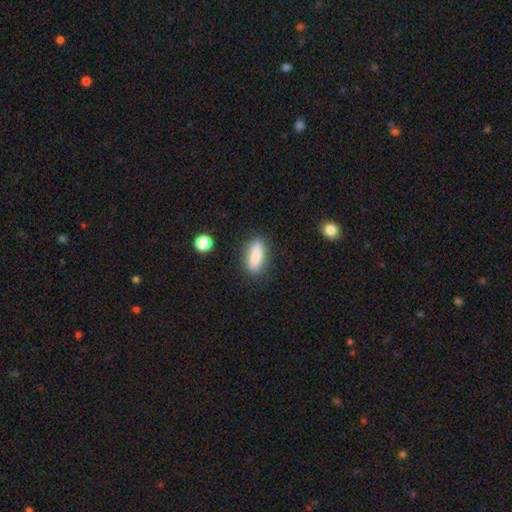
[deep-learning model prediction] smooth 78%, featured or disk 15%, star or artifact 7%. Down the decision tree: how rounded — cigar-shaped (54%); merging — none (85%).